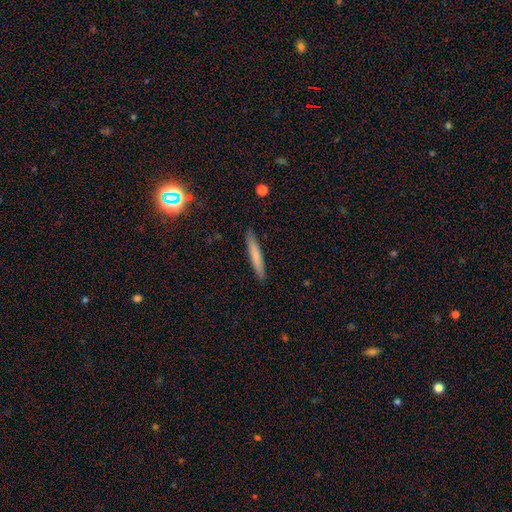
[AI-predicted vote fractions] smooth 71%, featured or disk 22%, star or artifact 7%. Down the decision tree: how rounded — cigar-shaped (94%); merging — none (90%).